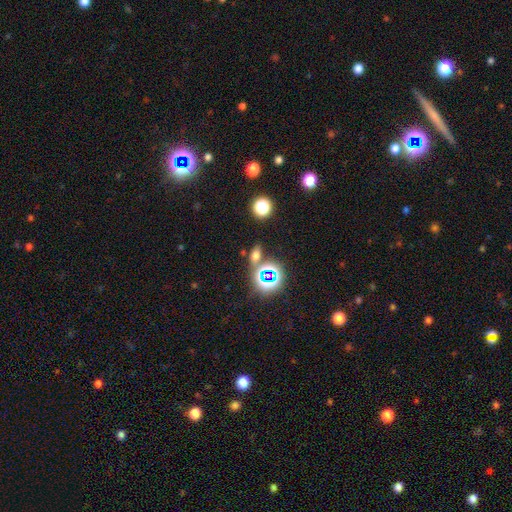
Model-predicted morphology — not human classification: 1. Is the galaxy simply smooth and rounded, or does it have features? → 49% smooth, 36% star or artifact, 15% featured or disk.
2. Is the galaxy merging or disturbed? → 75% none, 12% merger, 9% minor disturbance, 4% major disturbance.